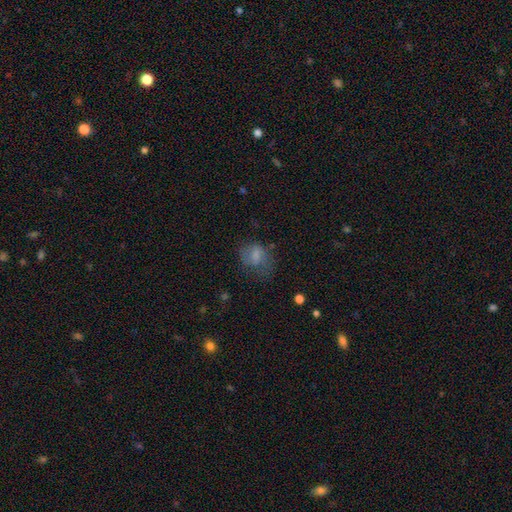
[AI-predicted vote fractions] smooth 68%, featured or disk 21%, star or artifact 11%. Down the decision tree: how rounded — in between (61%); merging — none (41%).